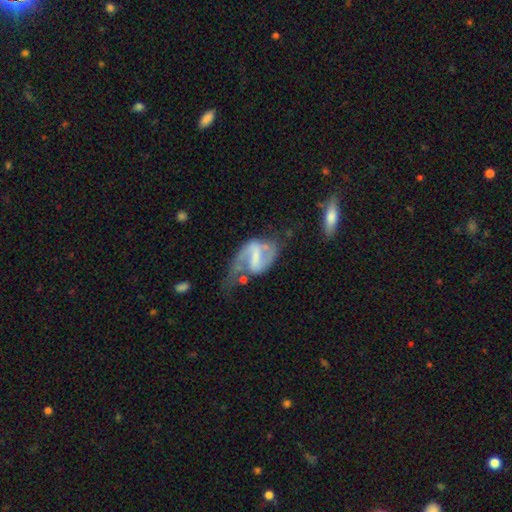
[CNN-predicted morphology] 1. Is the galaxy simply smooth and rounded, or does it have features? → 79% featured or disk, 14% smooth, 7% star or artifact.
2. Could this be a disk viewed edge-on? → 96% no, 4% yes.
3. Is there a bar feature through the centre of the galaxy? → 53% strong, 36% weak, 11% no.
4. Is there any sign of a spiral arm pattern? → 86% yes, 14% no.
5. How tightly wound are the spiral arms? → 43% loose, 41% medium, 15% tight.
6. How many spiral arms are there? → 74% 2, 17% 1, 6% can't tell, 1% 3, 1% 4, 1% more than 4.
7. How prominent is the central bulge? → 41% none, 29% small, 22% moderate, 7% large, 2% dominant.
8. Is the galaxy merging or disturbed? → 35% major disturbance, 34% none, 23% minor disturbance, 8% merger.